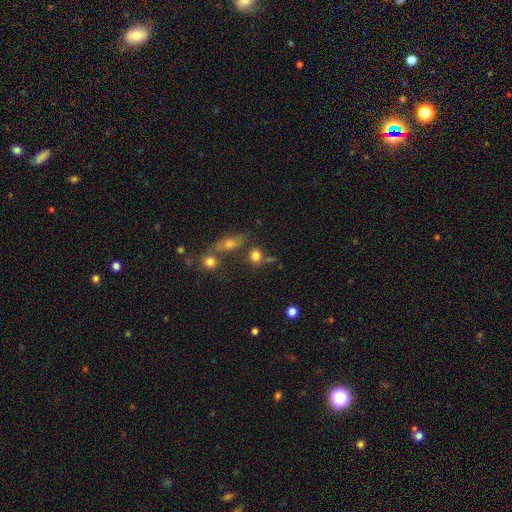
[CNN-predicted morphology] Q: Smooth or featured?
A: smooth (78%); runner-up: star or artifact (13%)
Q: How rounded?
A: round (63%); runner-up: in between (35%)
Q: Merging?
A: none (63%); runner-up: merger (19%)